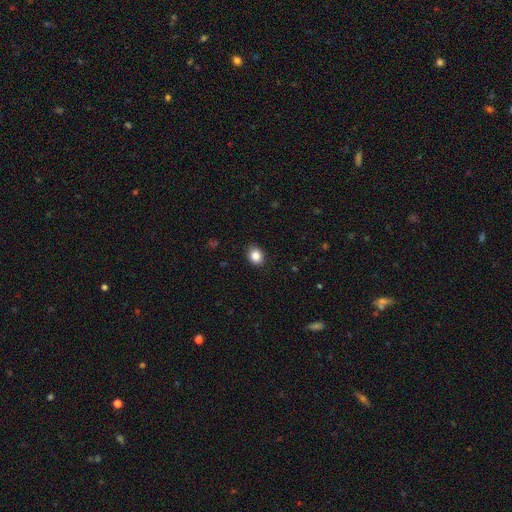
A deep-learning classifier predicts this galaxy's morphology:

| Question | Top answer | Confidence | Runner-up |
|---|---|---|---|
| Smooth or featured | smooth | 85% | star or artifact (10%) |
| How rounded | round | 55% | in between (44%) |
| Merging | none | 89% | minor disturbance (8%) |